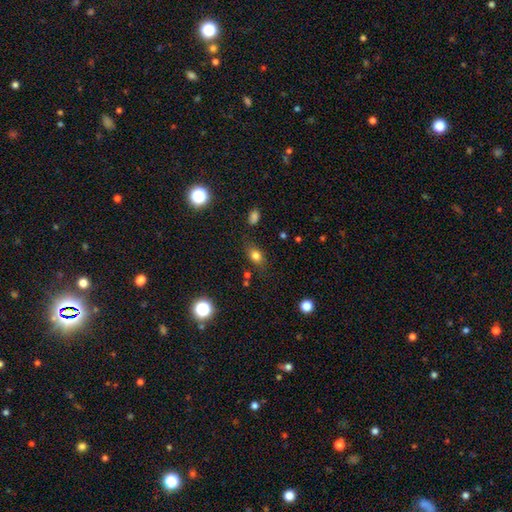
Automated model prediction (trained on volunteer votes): smooth-or-featured: smooth: 78% | star or artifact: 13% | featured or disk: 10%
  how-rounded: in between: 70% | round: 26% | cigar-shaped: 4%
  merging: none: 76% | minor disturbance: 16% | major disturbance: 5% | merger: 3%